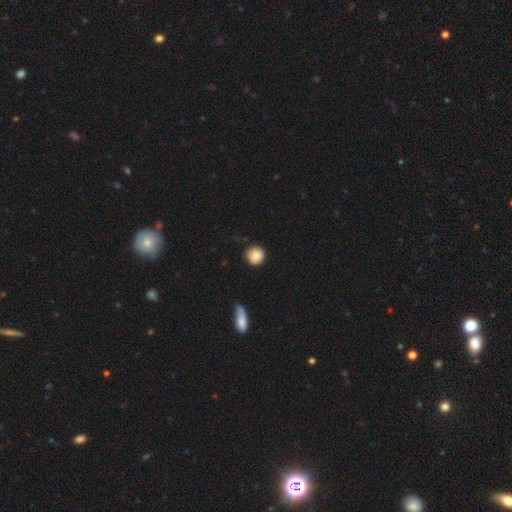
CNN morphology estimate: A smooth galaxy with no disk features (85%) that is round (91%). Merging: none (83%).